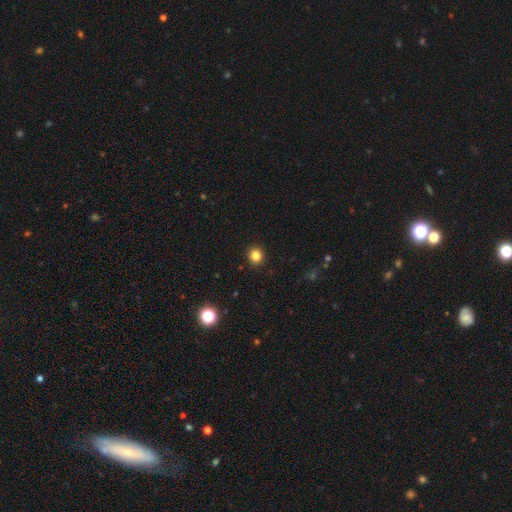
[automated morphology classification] Overall: smooth (83%). How rounded: round (92%). Merging: none (93%).